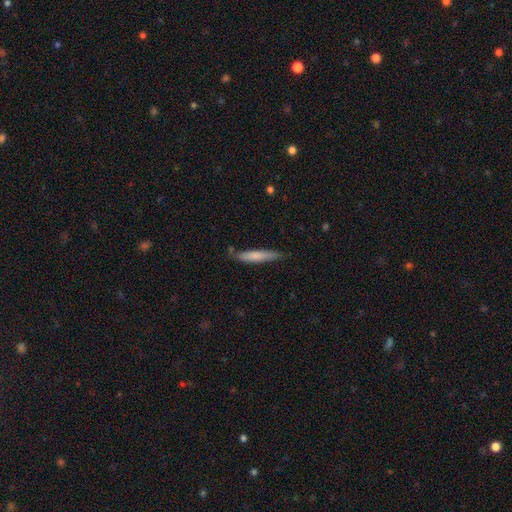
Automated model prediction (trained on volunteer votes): The model was most divided on "smooth or featured": smooth: 71%, featured or disk: 23%, star or artifact: 5%. More confident: how rounded — cigar-shaped (91%); merging — none (78%).